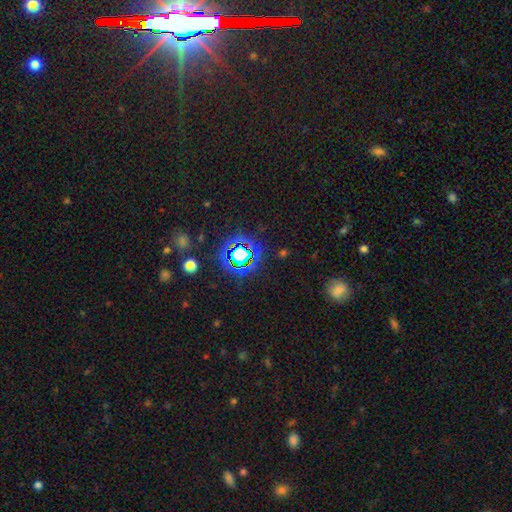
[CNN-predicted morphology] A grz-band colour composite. It shows a star or artifact, not a galaxy (79%).